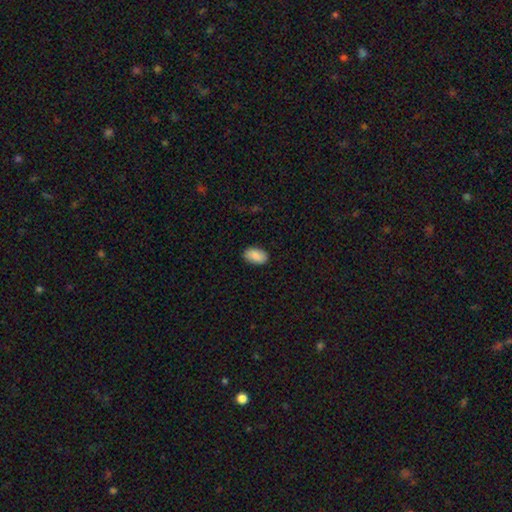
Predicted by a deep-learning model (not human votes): Overall: smooth (89%). How rounded: in between (93%). Merging: none (87%).